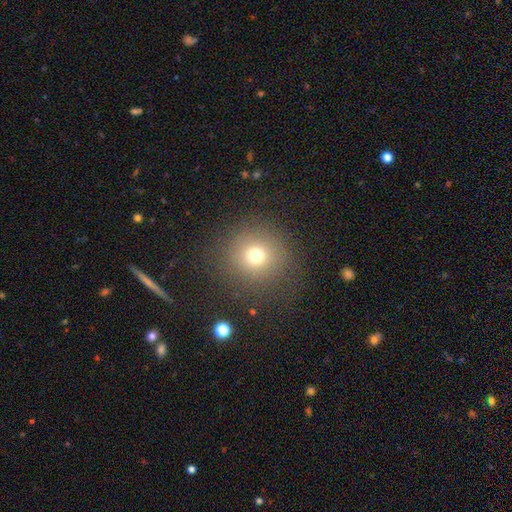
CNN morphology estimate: type=smooth (70%); roundness=round (92%); merging=none (85%).